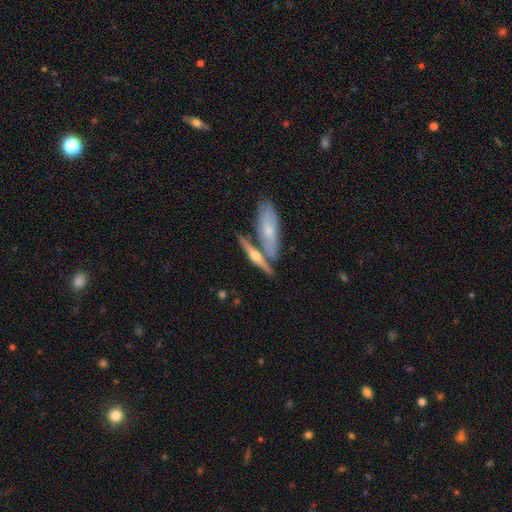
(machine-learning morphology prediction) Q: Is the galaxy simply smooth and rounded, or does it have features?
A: featured or disk — 63%.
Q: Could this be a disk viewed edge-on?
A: yes — 92%.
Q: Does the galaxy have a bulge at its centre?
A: rounded — 90%.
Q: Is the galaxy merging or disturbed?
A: none — 59%.